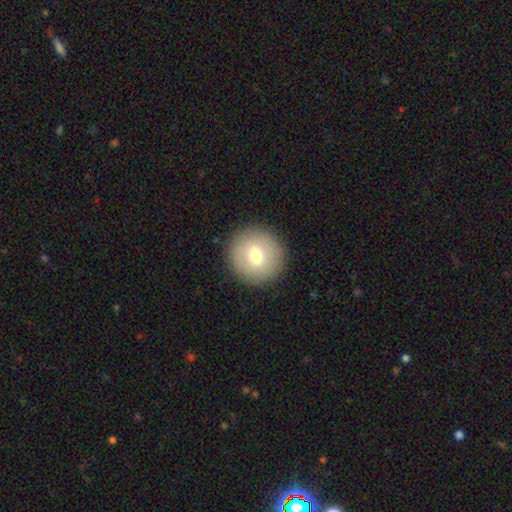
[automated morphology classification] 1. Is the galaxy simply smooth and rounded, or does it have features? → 69% smooth, 22% featured or disk, 8% star or artifact.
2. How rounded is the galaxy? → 94% round, 5% in between, 1% cigar-shaped.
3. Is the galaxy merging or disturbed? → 91% none, 6% minor disturbance, 2% major disturbance, 1% merger.